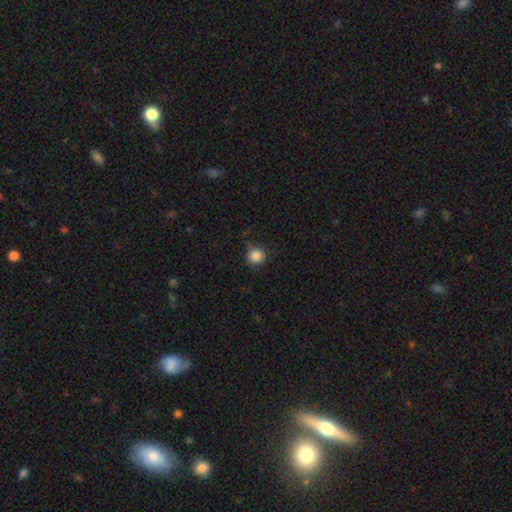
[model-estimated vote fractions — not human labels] Smooth or featured: smooth — 86% (star or artifact — 10%)
How rounded: round — 91% (in between — 8%)
Merging: none — 78% (minor disturbance — 16%)